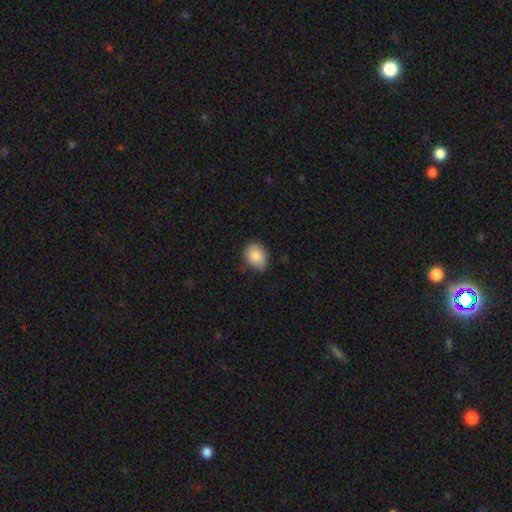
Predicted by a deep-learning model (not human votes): Smooth or featured: smooth — 85% (featured or disk — 8%)
How rounded: in between — 72% (round — 27%)
Merging: none — 75% (minor disturbance — 21%)